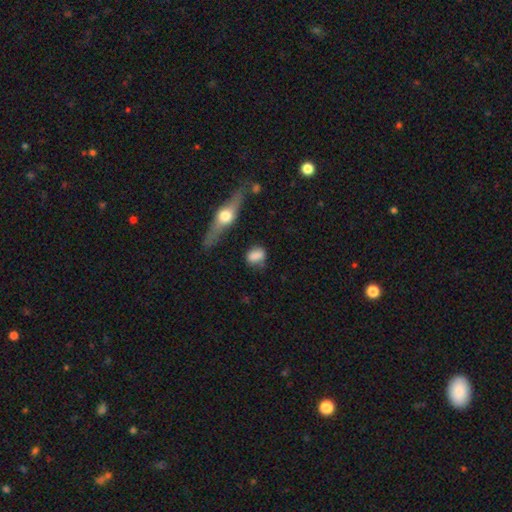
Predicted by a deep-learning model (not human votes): A smooth galaxy with no disk features (76%) that is in between round and cigar-shaped (57%). Merging: none (64%).